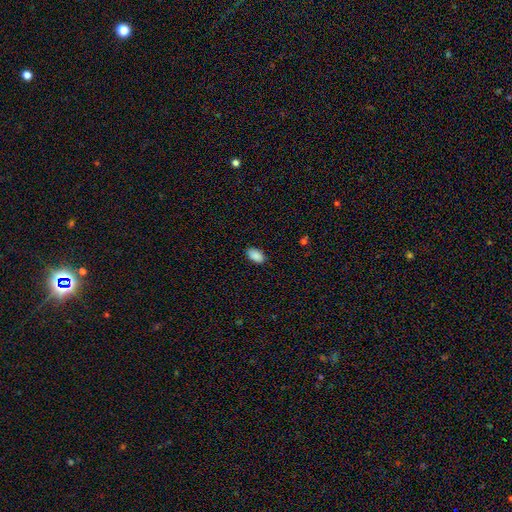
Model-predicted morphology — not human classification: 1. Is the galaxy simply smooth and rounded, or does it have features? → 90% smooth, 7% star or artifact, 3% featured or disk.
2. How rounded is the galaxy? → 94% in between, 5% round, 2% cigar-shaped.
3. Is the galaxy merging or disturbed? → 88% none, 9% minor disturbance, 2% major disturbance, 1% merger.